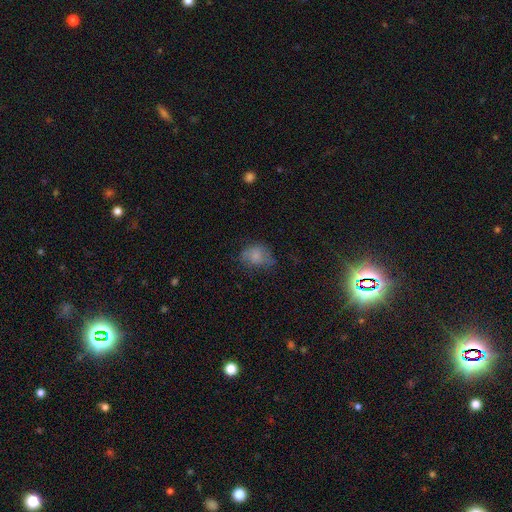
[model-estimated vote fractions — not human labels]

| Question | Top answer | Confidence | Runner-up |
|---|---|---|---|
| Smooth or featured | smooth | 71% | featured or disk (17%) |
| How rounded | in between | 58% | round (41%) |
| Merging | none | 50% | minor disturbance (30%) |